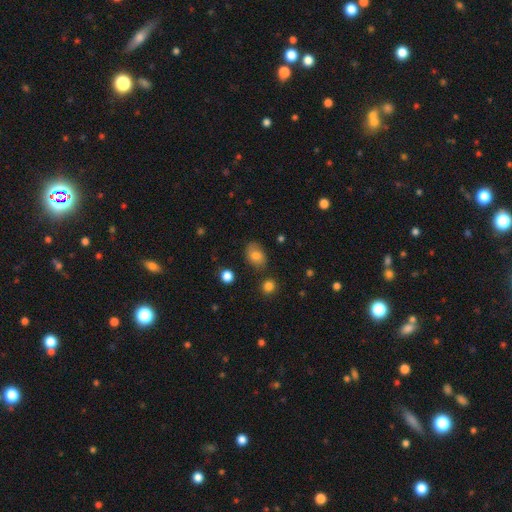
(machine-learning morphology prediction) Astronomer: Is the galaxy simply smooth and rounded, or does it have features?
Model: smooth — 80%.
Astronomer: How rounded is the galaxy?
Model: in between — 76%.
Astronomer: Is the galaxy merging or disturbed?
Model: none — 76%.